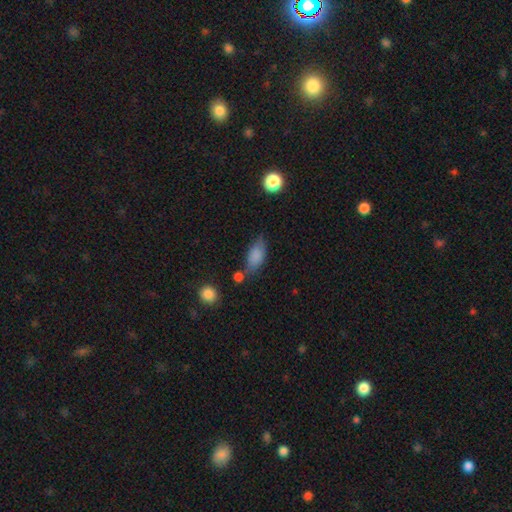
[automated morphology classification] Smooth or featured? smooth (81%)
How rounded? in between (85%)
Merging? none (54%)